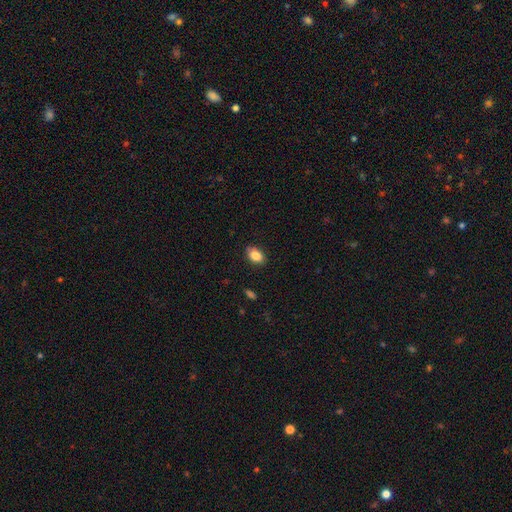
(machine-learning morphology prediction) A smooth galaxy with no disk features (84%) that is in between round and cigar-shaped (85%). Merging: none (83%).